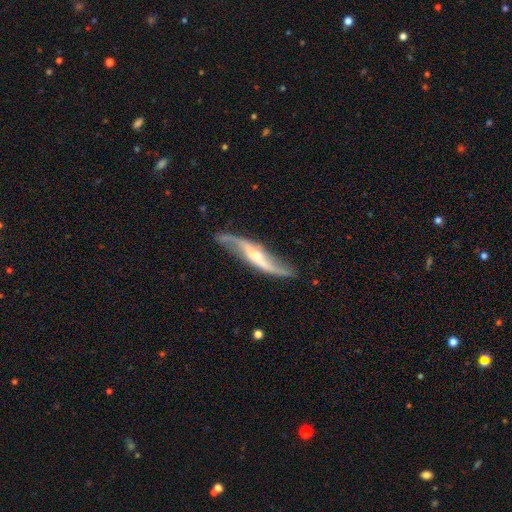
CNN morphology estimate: A featured or disk galaxy (88%) with a weak bar (37%), 2 (93%) loose (85%) spiral arms (96%) and a moderate central bulge (50%). Merging: none (78%).